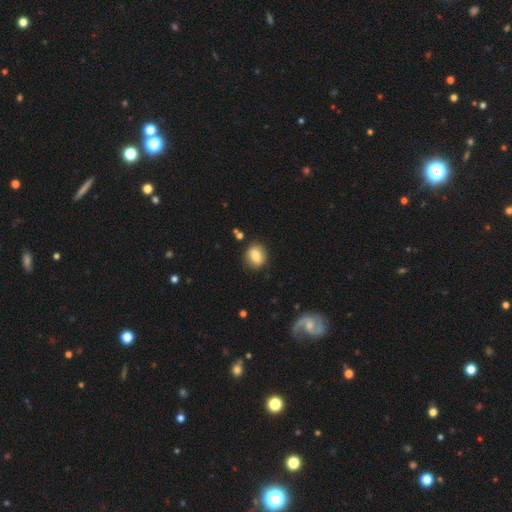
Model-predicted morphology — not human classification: Q: Smooth or featured?
A: smooth (78%); runner-up: featured or disk (14%)
Q: How rounded?
A: round (56%); runner-up: in between (43%)
Q: Merging?
A: none (84%); runner-up: minor disturbance (11%)